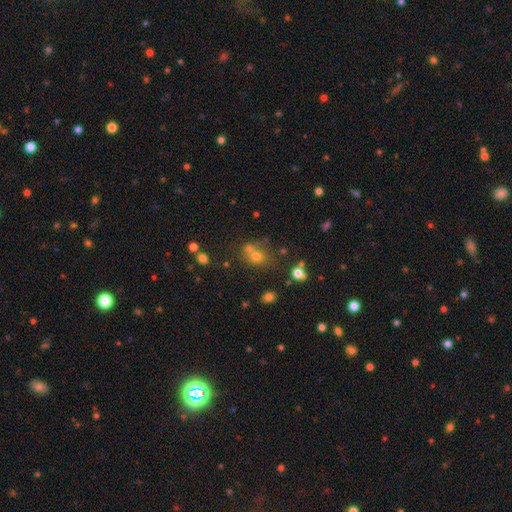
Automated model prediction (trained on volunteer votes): The model was most divided on "merging": none: 51%, merger: 34%, minor disturbance: 10%, major disturbance: 5%. More confident: how rounded — round (71%); smooth or featured — smooth (58%).